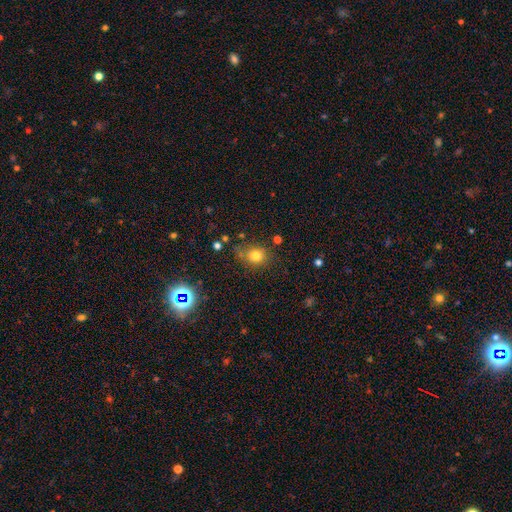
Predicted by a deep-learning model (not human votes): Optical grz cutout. It shows a smooth galaxy with no disk features (77%) that is round (64%). Merging: none (70%).